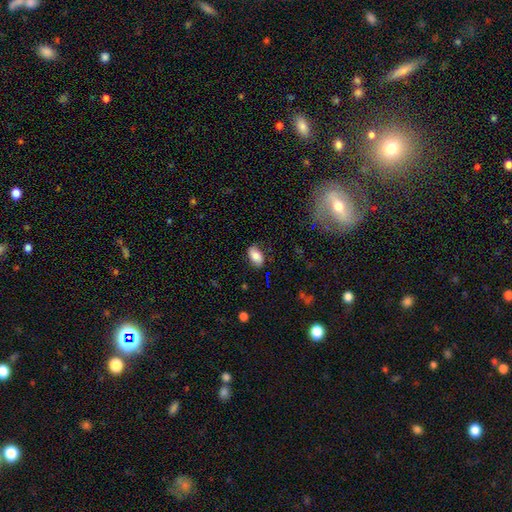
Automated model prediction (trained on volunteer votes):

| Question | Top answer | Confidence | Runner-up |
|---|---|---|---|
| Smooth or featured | smooth | 80% | featured or disk (12%) |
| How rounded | in between | 92% | round (6%) |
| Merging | none | 79% | minor disturbance (16%) |